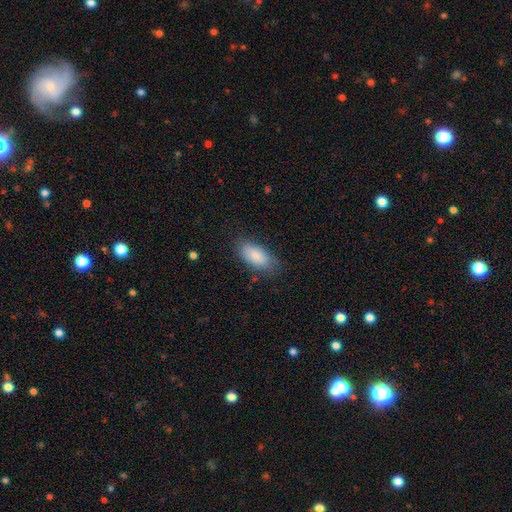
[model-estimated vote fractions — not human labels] This is clearly a smooth galaxy (85%). How rounded: clearly in between (92%). Merging: likely none (78%).